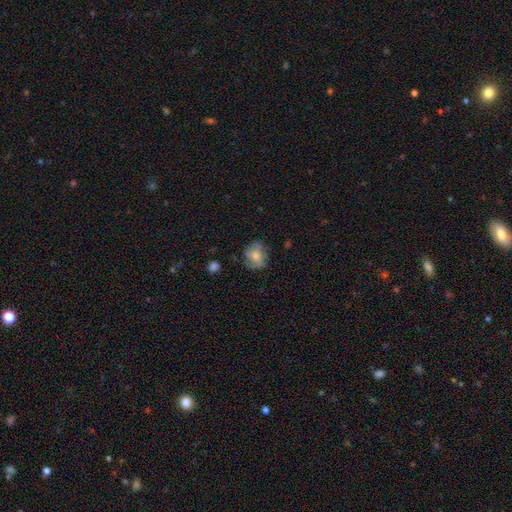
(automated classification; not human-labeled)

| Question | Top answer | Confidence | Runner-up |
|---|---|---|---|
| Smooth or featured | smooth | 65% | featured or disk (26%) |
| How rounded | round | 68% | in between (31%) |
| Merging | none | 64% | minor disturbance (24%) |